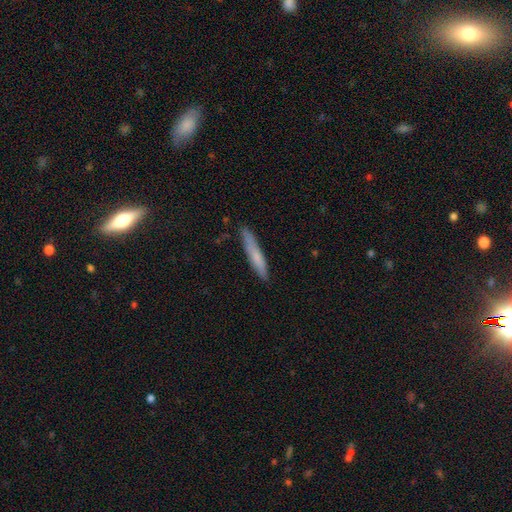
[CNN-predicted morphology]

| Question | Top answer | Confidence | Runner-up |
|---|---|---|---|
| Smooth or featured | smooth | 70% | featured or disk (24%) |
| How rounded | cigar-shaped | 93% | in between (6%) |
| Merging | none | 83% | minor disturbance (13%) |